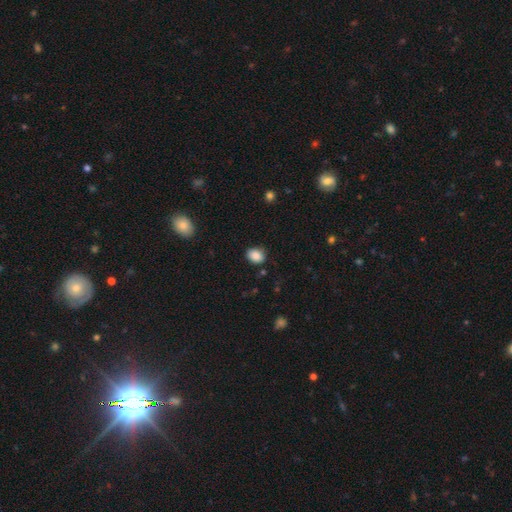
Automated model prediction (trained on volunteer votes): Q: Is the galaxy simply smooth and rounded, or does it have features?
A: smooth — 87%.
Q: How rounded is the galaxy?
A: in between — 53%.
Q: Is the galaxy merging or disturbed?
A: none — 83%.